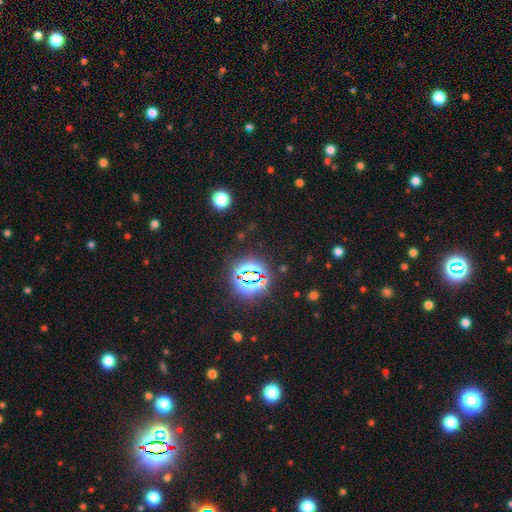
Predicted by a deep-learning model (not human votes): smooth_or_featured: star or artifact (p=0.79) [alt: smooth p=0.14]